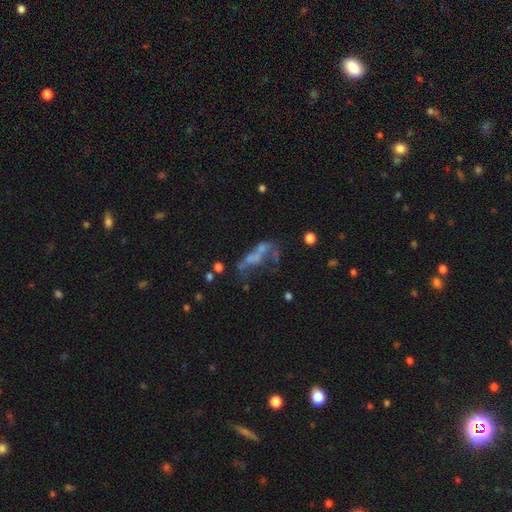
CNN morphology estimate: Smooth or featured? featured or disk (50%)
Edge-on disk? no (91%)
Merging? major disturbance (35%)